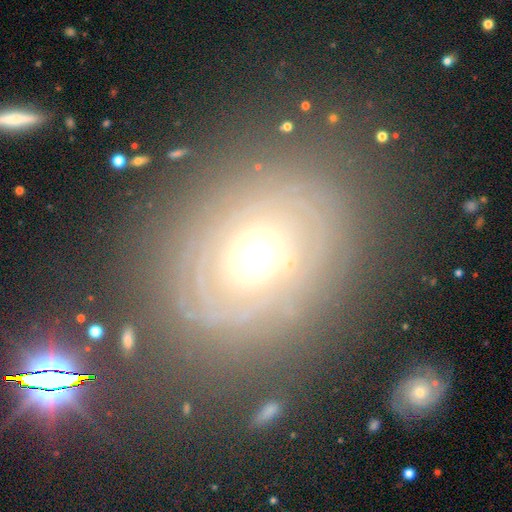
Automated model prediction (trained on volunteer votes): Smooth or featured? Predicted: featured or disk (p=0.69). Edge-on disk? Predicted: no (p=0.94). Bar? Predicted: no (p=0.86). Spiral arms? Predicted: yes (p=0.63). Bulge size? Predicted: moderate (p=0.58). Merging? Predicted: none (p=0.76).